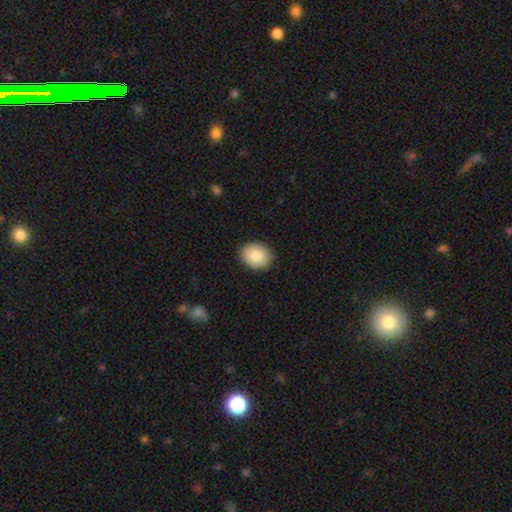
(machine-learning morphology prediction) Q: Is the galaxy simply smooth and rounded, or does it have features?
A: smooth — 85%.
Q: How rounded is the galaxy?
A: in between — 56%.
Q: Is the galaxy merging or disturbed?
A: none — 89%.